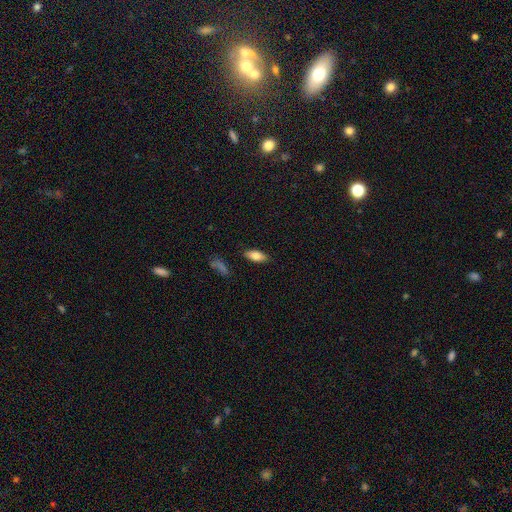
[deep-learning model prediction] smooth-or-featured: smooth: 80% | featured or disk: 13% | star or artifact: 7%
  how-rounded: in between: 84% | cigar-shaped: 14% | round: 2%
  merging: none: 86% | minor disturbance: 10% | major disturbance: 2% | merger: 2%